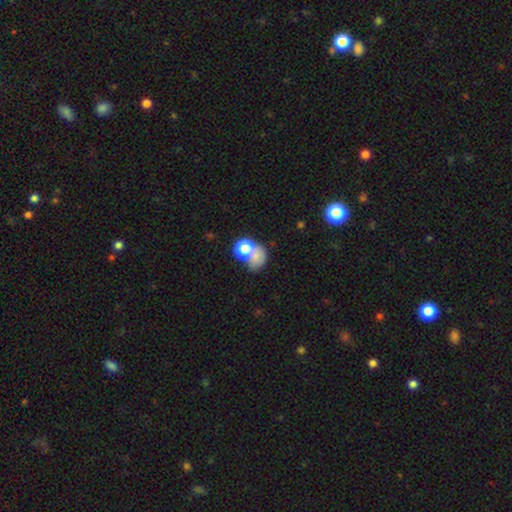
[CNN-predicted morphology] Smooth or featured?
  - smooth: 65% *
  - star or artifact: 18%
  - featured or disk: 17%
How rounded?
  - round: 54% *
  - in between: 45%
  - cigar-shaped: 1%
Merging?
  - merger: 40% *
  - none: 31%
  - major disturbance: 15%
  - minor disturbance: 14%